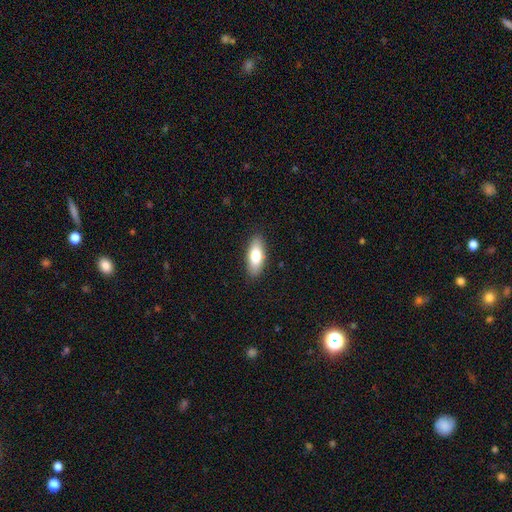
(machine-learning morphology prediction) Smooth or featured: smooth — 78% (featured or disk — 16%)
How rounded: in between — 77% (cigar-shaped — 20%)
Merging: none — 88% (minor disturbance — 9%)